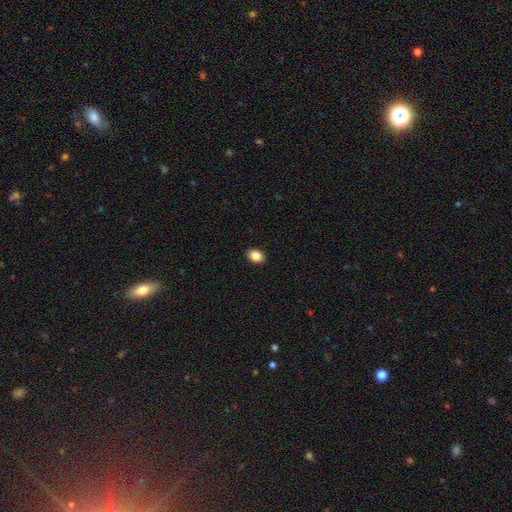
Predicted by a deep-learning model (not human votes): The model was most divided on "how rounded": in between: 78%, round: 21%, cigar-shaped: 1%. More confident: merging — none (90%); smooth or featured — smooth (87%).